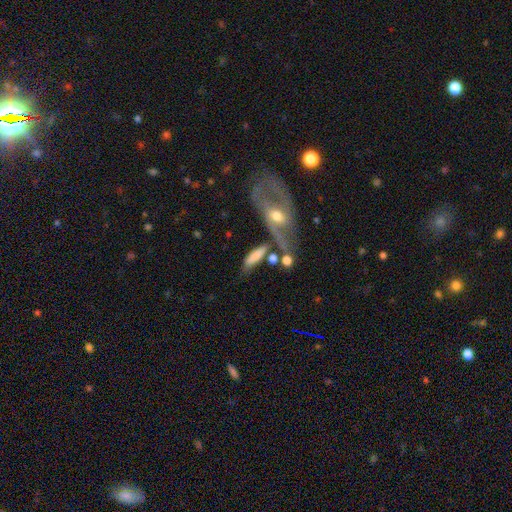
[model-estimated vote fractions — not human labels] smooth 65%, featured or disk 27%, star or artifact 8%. Down the decision tree: how rounded — in between (52%); merging — none (38%).